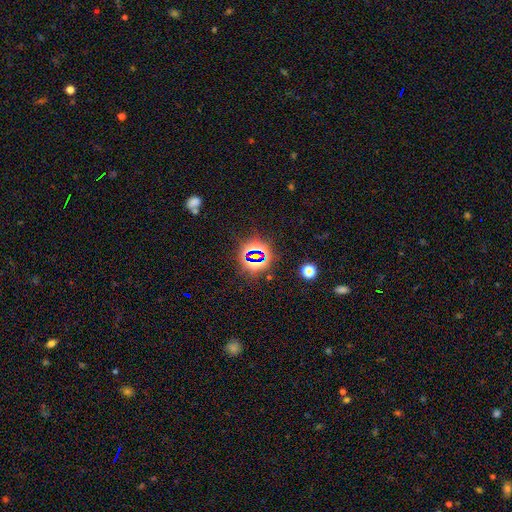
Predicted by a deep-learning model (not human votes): smooth_or_featured: star or artifact (p=0.74) [alt: smooth p=0.16]